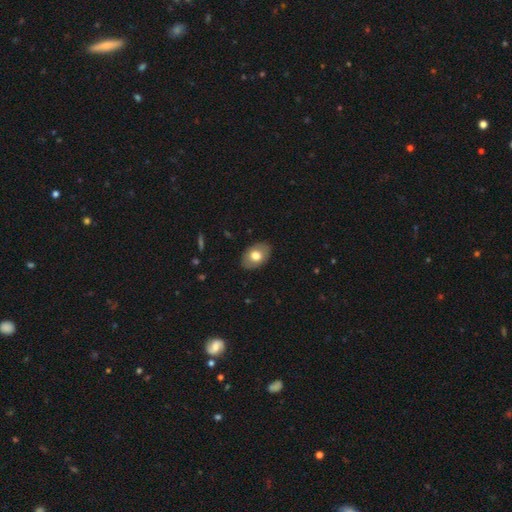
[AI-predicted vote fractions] smooth-or-featured: smooth: 71% | featured or disk: 23% | star or artifact: 7%
  how-rounded: in between: 83% | round: 16% | cigar-shaped: 1%
  merging: none: 86% | minor disturbance: 10% | major disturbance: 2% | merger: 1%